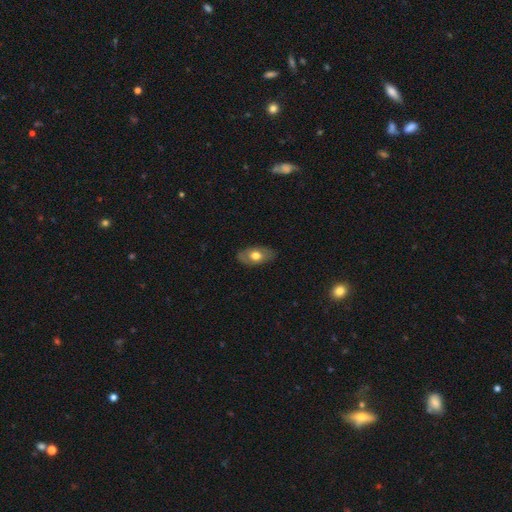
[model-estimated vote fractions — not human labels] Smooth or featured? smooth (61%)
How rounded? in between (90%)
Merging? none (84%)